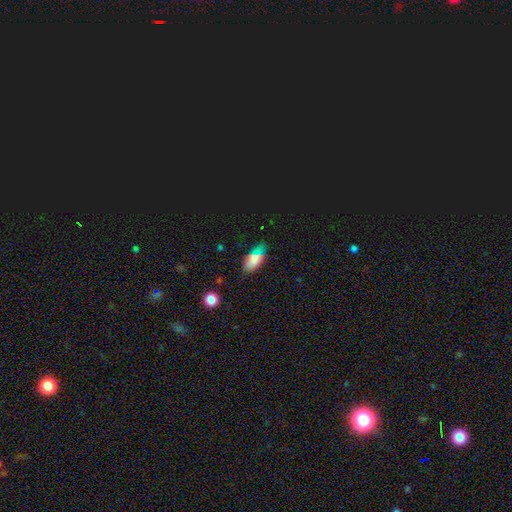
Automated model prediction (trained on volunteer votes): This appears to be a smooth galaxy with no disk features (77%) that is in between round and cigar-shaped (88%). Merging: none (71%).